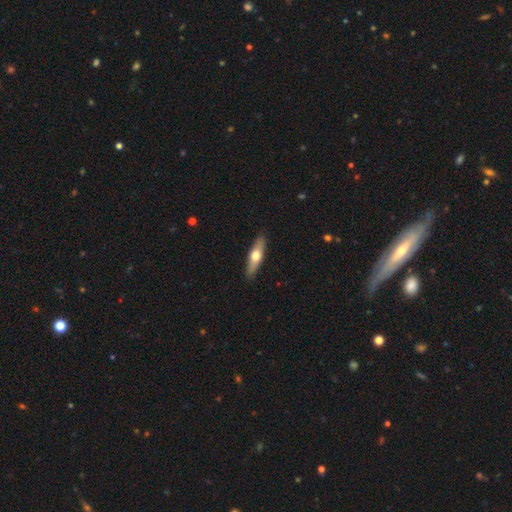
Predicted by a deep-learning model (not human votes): Smooth or featured? smooth (53%)
How rounded? cigar-shaped (64%)
Merging? none (90%)